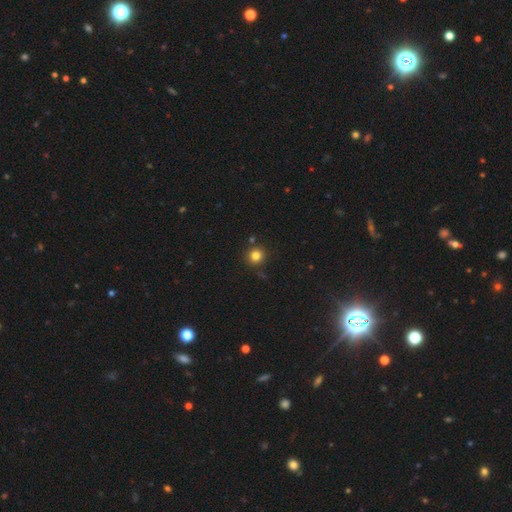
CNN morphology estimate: smooth_or_featured: smooth (p=0.81) [alt: star or artifact p=0.13]
how_rounded: round (p=0.92) [alt: in between p=0.07]
merging: none (p=0.84) [alt: minor disturbance p=0.09]